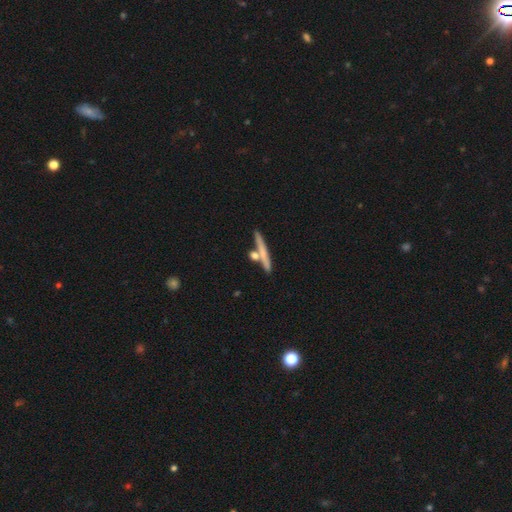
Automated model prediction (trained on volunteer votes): Overall: smooth (59%; featured or disk 34%). How rounded: cigar-shaped (74%). Merging: none (66%).